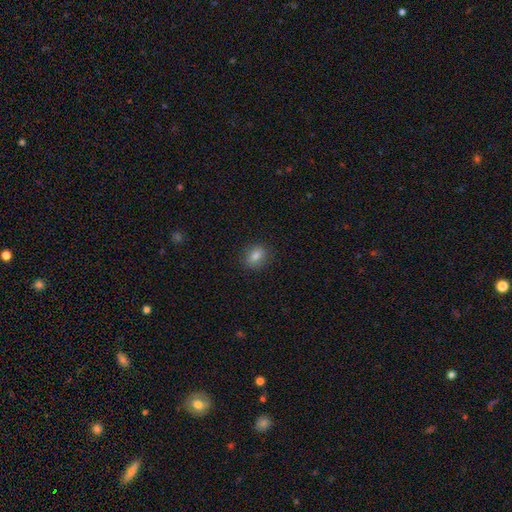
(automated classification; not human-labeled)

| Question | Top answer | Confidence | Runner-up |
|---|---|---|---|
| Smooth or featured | smooth | 81% | star or artifact (12%) |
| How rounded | in between | 54% | round (44%) |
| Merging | none | 87% | minor disturbance (10%) |